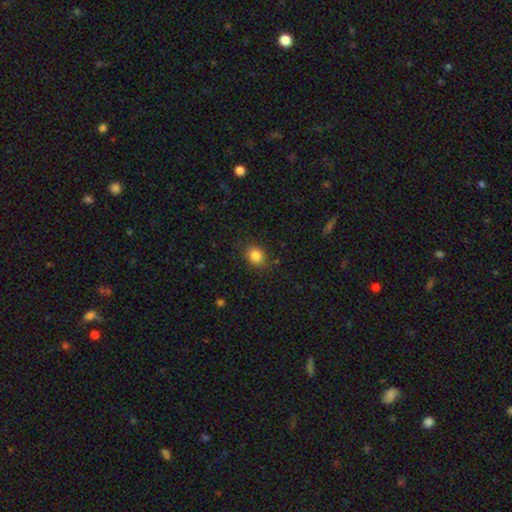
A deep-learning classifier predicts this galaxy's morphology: This appears to be a smooth galaxy with no disk features (85%) that is round (53%). Merging: none (84%).